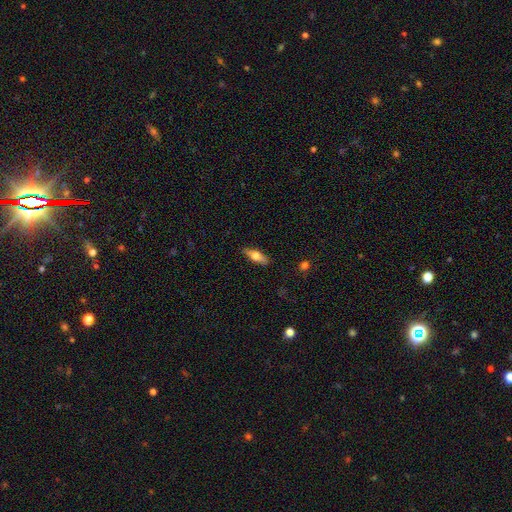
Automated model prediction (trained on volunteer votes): Overall: smooth (54%; featured or disk 39%). How rounded: in between (53%; cigar-shaped 44%). Merging: none (87%).